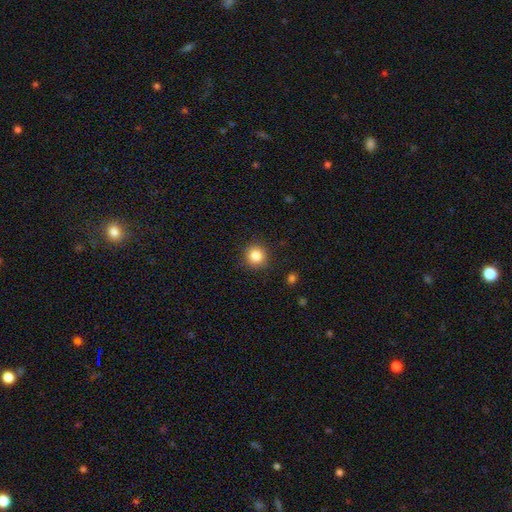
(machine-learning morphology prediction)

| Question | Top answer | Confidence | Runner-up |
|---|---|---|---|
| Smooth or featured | smooth | 84% | star or artifact (11%) |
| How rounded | round | 93% | in between (6%) |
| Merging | none | 90% | minor disturbance (7%) |